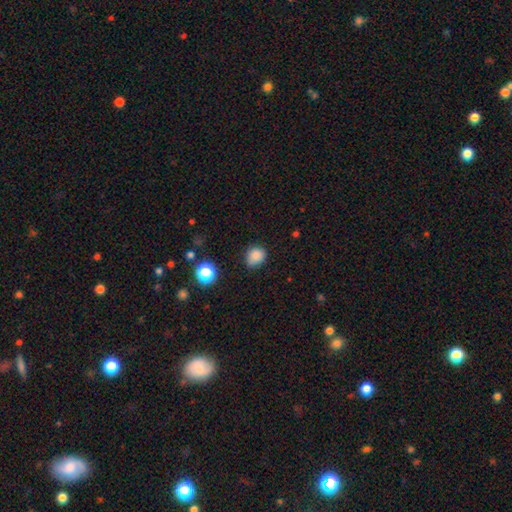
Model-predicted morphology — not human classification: Smooth or featured?
  - smooth: 83% *
  - star or artifact: 12%
  - featured or disk: 5%
How rounded?
  - round: 74% *
  - in between: 25%
  - cigar-shaped: 1%
Merging?
  - none: 70% *
  - minor disturbance: 24%
  - major disturbance: 4%
  - merger: 2%